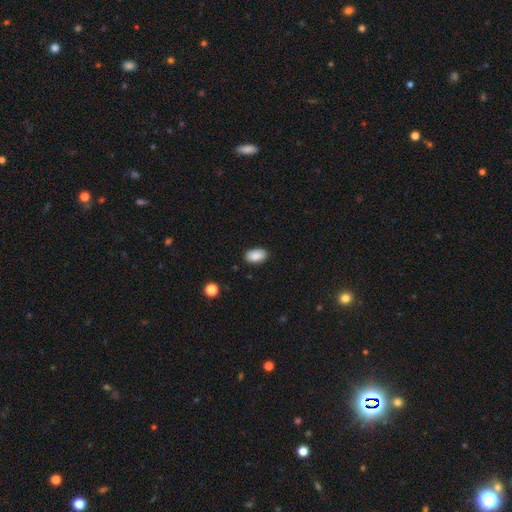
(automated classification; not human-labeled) The model was most divided on "merging": none: 87%, minor disturbance: 10%, major disturbance: 2%, merger: 1%. More confident: how rounded — in between (94%); smooth or featured — smooth (89%).